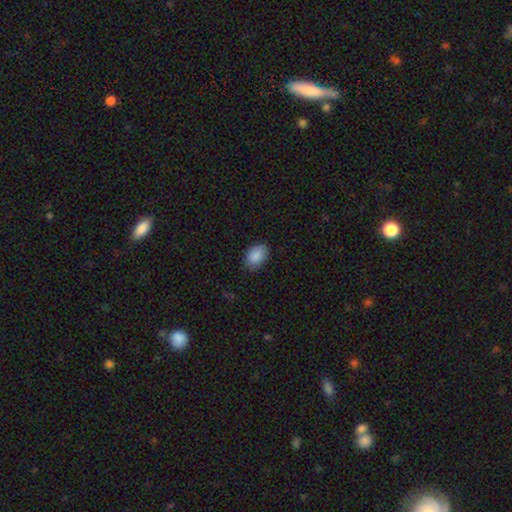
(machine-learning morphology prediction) Overall: smooth (88%). How rounded: in between (85%). Merging: none (79%).